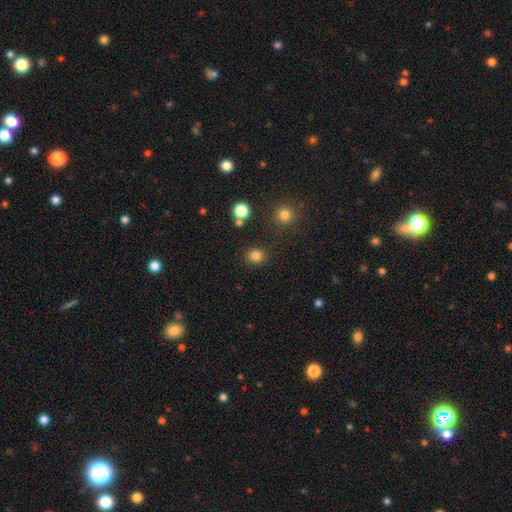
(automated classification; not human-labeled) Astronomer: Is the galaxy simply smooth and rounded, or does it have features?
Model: smooth — 82%.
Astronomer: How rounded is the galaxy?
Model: round — 83%.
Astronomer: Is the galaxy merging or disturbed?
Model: none — 85%.